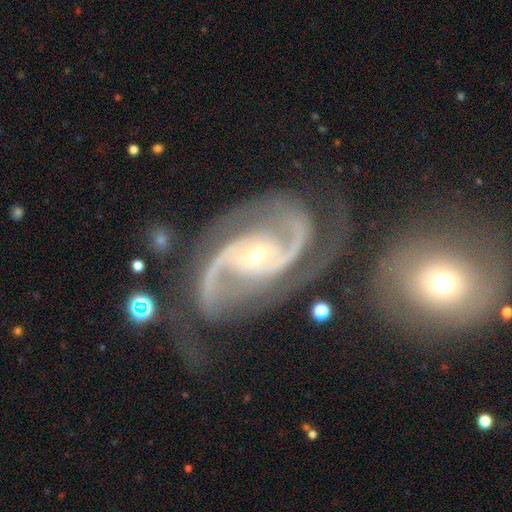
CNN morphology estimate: The model was most divided on "bar": no: 53%, weak: 29%, strong: 18%. More confident: spiral arms — yes (99%); edge-on disk — no (98%); smooth or featured — featured or disk (93%); spiral arm count — 2 (87%); bulge size — small (65%); spiral winding — medium (58%); merging — none (57%).